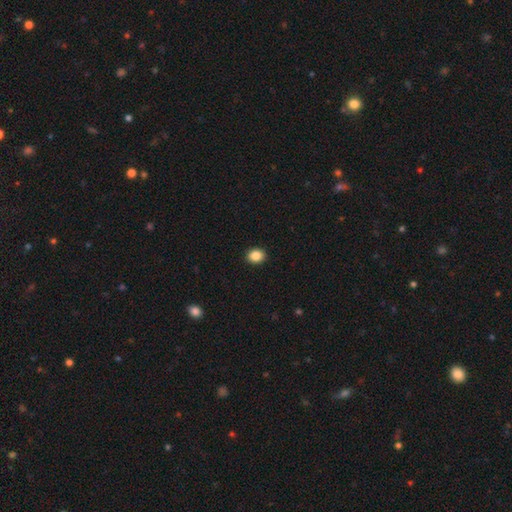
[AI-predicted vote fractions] The model was most divided on "how rounded": round: 60%, in between: 39%, cigar-shaped: 1%. More confident: merging — none (92%); smooth or featured — smooth (87%).